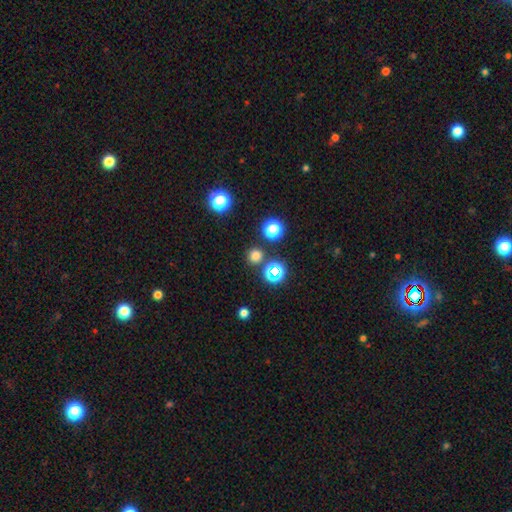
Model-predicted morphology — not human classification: A smooth galaxy with no disk features (70%) that is round (92%). Merging: none (84%).